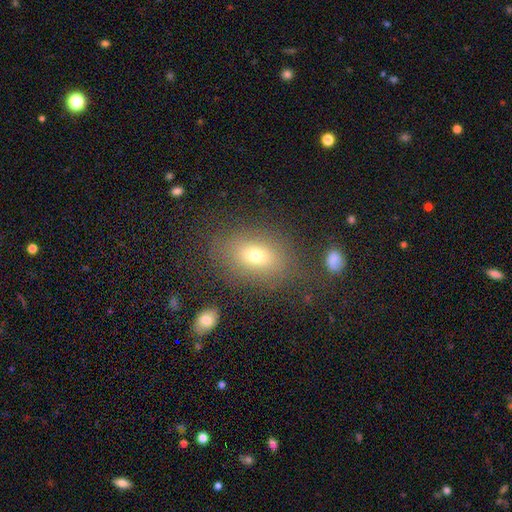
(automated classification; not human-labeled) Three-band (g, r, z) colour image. It shows a smooth galaxy with no disk features (70%) that is in between round and cigar-shaped (79%). Merging: none (77%).